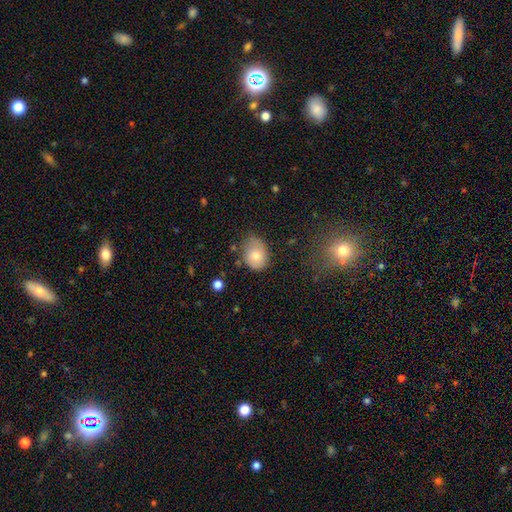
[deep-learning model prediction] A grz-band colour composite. It shows a smooth galaxy with no disk features (72%) that is in between round and cigar-shaped (60%). Merging: none (64%).